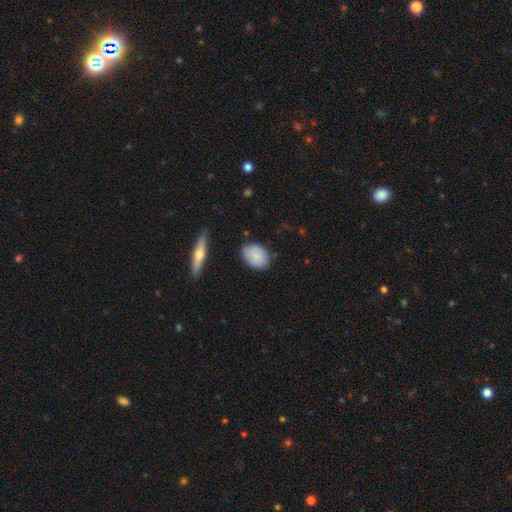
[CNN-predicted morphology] The model was most divided on "smooth or featured": smooth: 70%, featured or disk: 23%, star or artifact: 7%. More confident: how rounded — in between (81%); merging — none (75%).